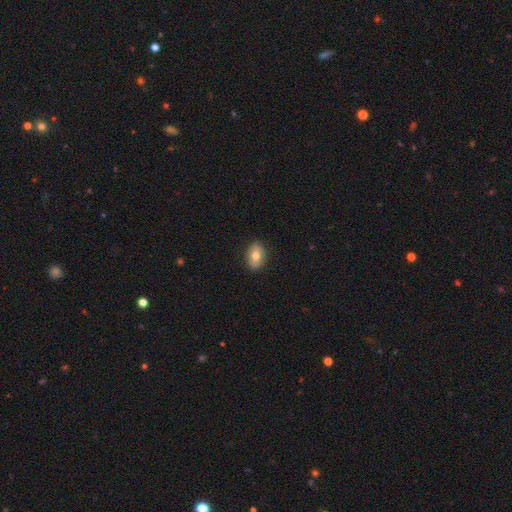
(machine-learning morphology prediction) smooth_or_featured: smooth (p=0.65) [alt: featured or disk p=0.27]
how_rounded: in between (p=0.75) [alt: round p=0.24]
merging: none (p=0.86) [alt: minor disturbance p=0.11]